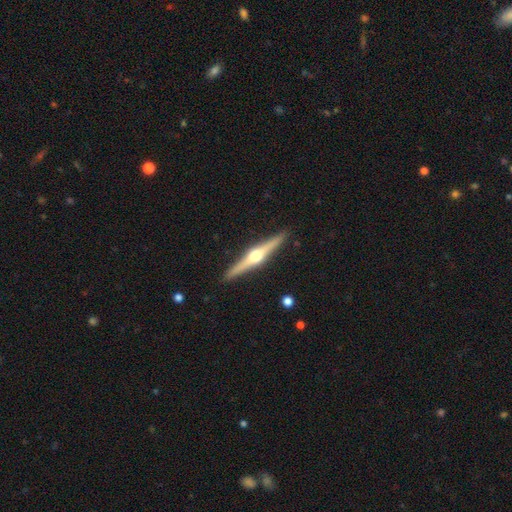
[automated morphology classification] Smooth or featured?
  - featured or disk: 80% *
  - smooth: 15%
  - star or artifact: 5%
Edge-on disk?
  - yes: 98% *
  - no: 2%
Edge-on bulge?
  - rounded: 95% *
  - boxy: 3%
  - none: 2%
Merging?
  - none: 92% *
  - minor disturbance: 6%
  - major disturbance: 1%
  - merger: 1%